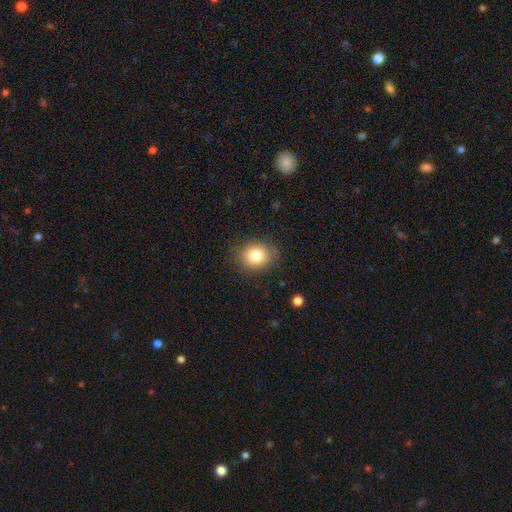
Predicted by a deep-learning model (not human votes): This is clearly a smooth galaxy (82%). How rounded: possibly round (57%). Merging: clearly none (84%).